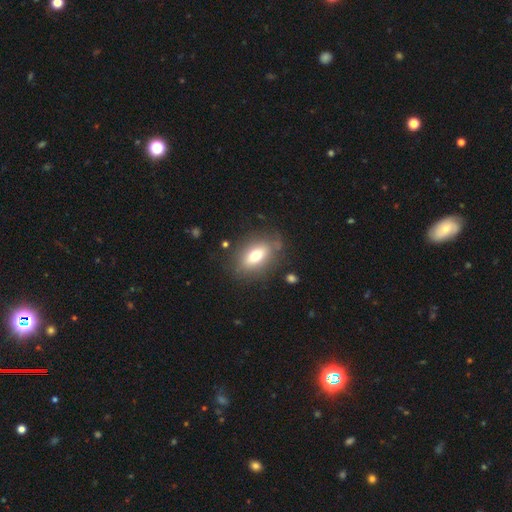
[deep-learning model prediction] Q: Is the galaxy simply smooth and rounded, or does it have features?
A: smooth — 70%.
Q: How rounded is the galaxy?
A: in between — 83%.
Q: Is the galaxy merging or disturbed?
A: none — 78%.